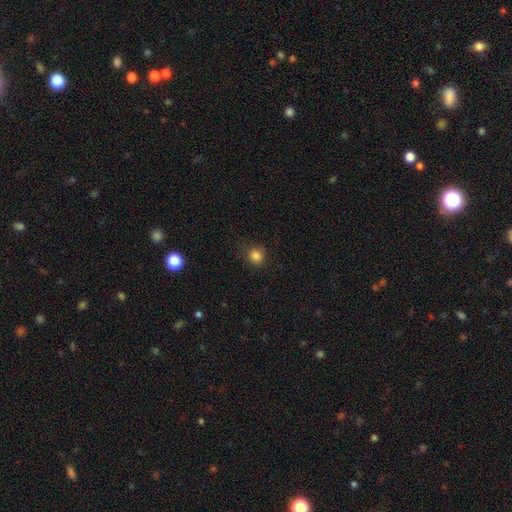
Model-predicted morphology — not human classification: Smooth or featured? smooth (84%)
How rounded? round (89%)
Merging? none (86%)